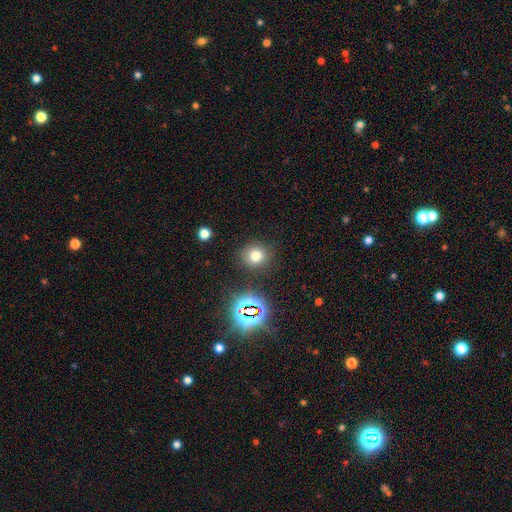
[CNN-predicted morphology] smooth-or-featured: smooth: 70% | star or artifact: 21% | featured or disk: 9%
  how-rounded: round: 81% | in between: 18% | cigar-shaped: 1%
  merging: none: 84% | minor disturbance: 10% | major disturbance: 4% | merger: 3%